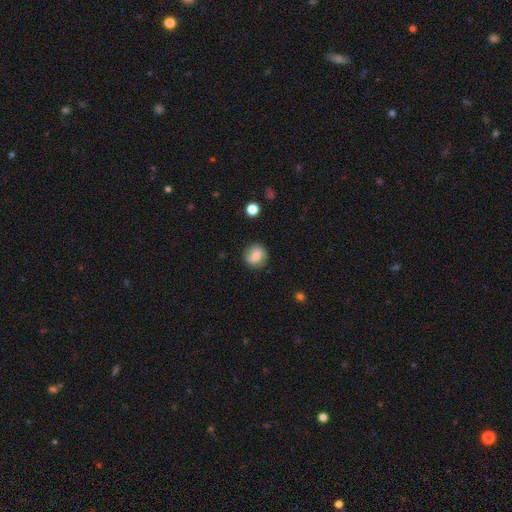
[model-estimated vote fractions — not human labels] Overall: smooth (68%). How rounded: round (80%). Merging: none (80%).